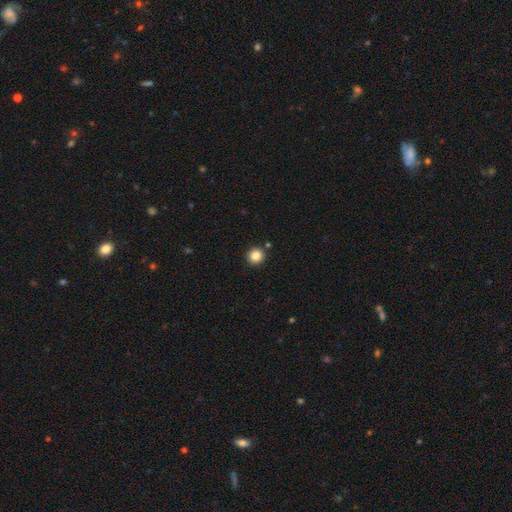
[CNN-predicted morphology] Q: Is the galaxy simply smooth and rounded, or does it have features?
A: smooth — 86%.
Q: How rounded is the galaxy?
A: round — 95%.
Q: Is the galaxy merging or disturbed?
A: none — 90%.